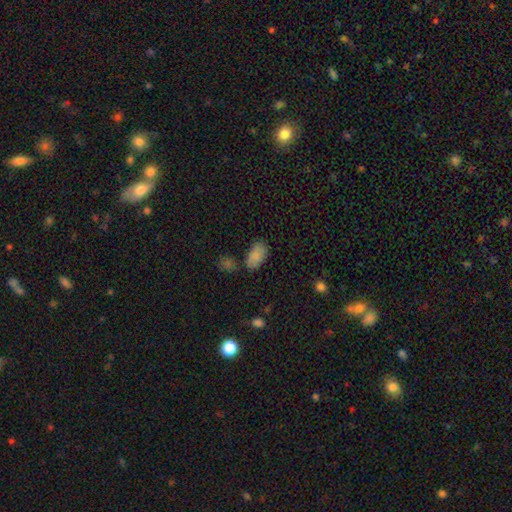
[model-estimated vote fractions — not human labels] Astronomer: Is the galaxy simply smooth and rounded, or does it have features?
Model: smooth — 85%.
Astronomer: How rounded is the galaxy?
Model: in between — 94%.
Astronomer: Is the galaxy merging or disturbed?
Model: none — 68%.